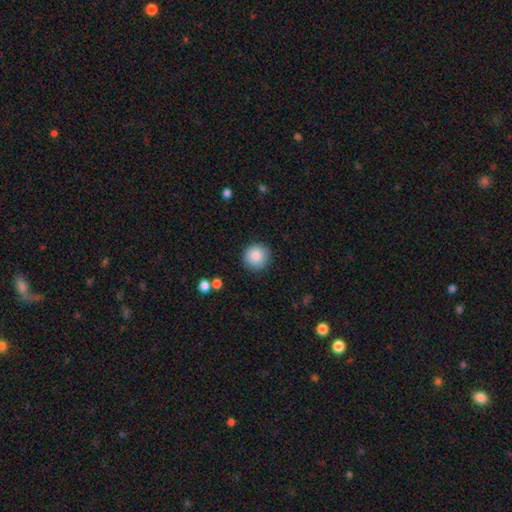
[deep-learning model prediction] Overall: smooth (87%). How rounded: round (94%). Merging: none (90%).